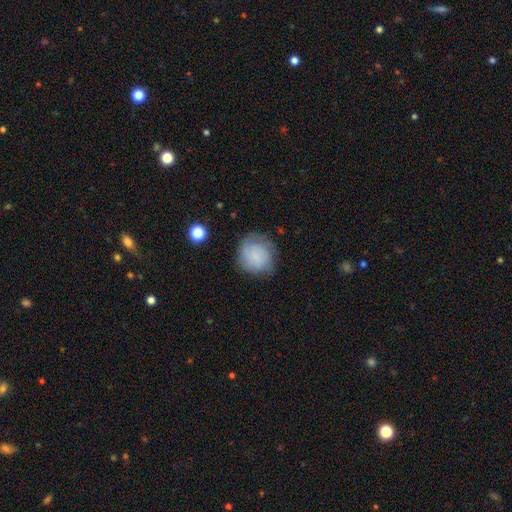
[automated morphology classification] A smooth galaxy with no disk features (68%) that is round (85%). Merging: none (70%).